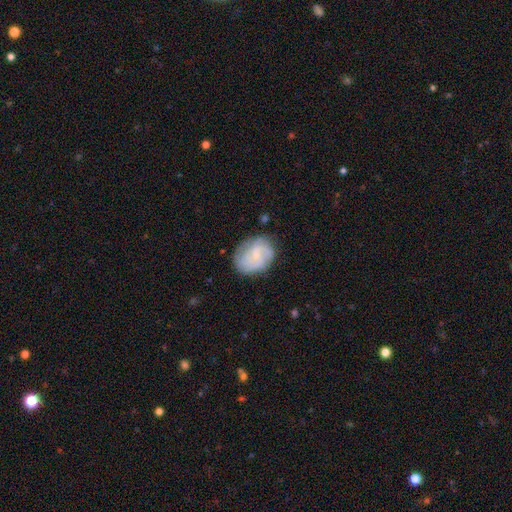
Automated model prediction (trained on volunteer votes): smooth-or-featured: featured or disk: 61% | smooth: 32% | star or artifact: 7%
  disk-edge-on: no: 98% | yes: 2%
    bar: no: 68% | weak: 28% | strong: 4%
    has-spiral-arms: yes: 85% | no: 15%
      spiral-winding: tight: 42% | medium: 40% | loose: 17%
      spiral-arm-count: can't tell: 34% | 2: 29% | 3: 22% | 4: 7% | 1: 5% | more than 4: 4%
    bulge-size: small: 71% | moderate: 21% | none: 6% | large: 1% | dominant: 1%
  merging: none: 70% | minor disturbance: 21% | major disturbance: 7% | merger: 2%